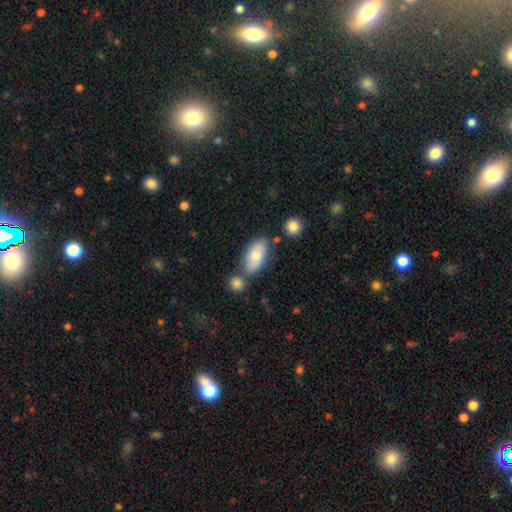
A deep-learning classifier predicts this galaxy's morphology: The model was most divided on "merging": none: 59%, merger: 19%, minor disturbance: 17%, major disturbance: 5%. More confident: how rounded — in between (90%); smooth or featured — smooth (72%).